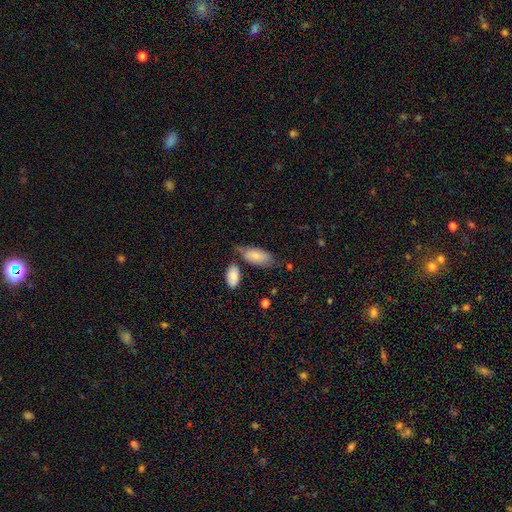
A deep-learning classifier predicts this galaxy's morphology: Overall: smooth (79%). How rounded: in between (89%). Merging: none (48%; minor disturbance 28%).